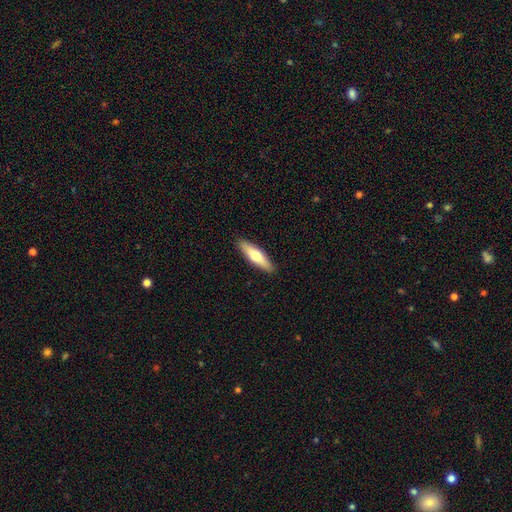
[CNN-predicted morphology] Smooth or featured?
  - smooth: 60% *
  - featured or disk: 35%
  - star or artifact: 5%
How rounded?
  - cigar-shaped: 67% *
  - in between: 31%
  - round: 2%
Merging?
  - none: 91% *
  - minor disturbance: 7%
  - major disturbance: 2%
  - merger: 1%